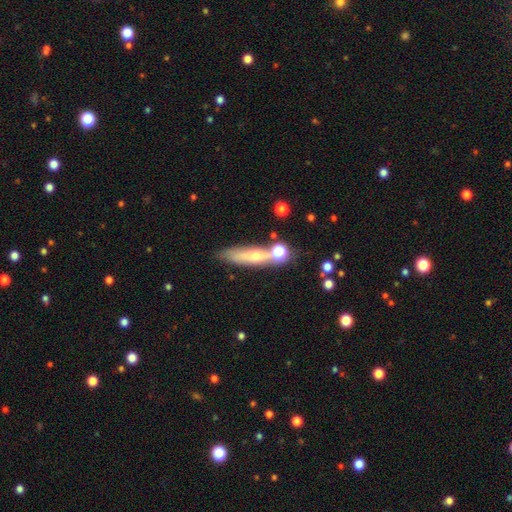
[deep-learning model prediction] A smooth galaxy with no disk features (47%).

Vote fractions:
- Smooth or featured? smooth: 47% / featured or disk: 43% / star or artifact: 11%
- Merging? none: 62% / minor disturbance: 16% / merger: 16% / major disturbance: 6%